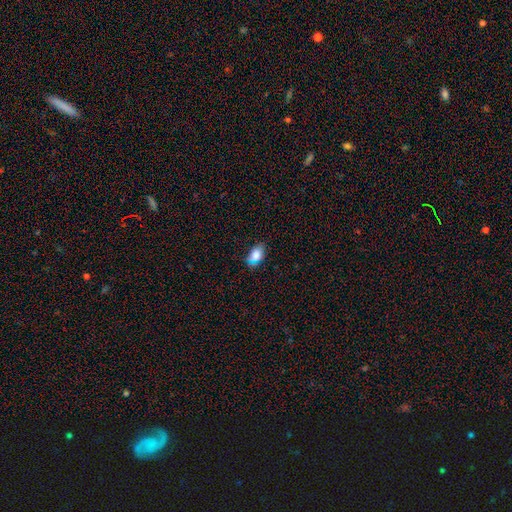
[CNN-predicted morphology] Smooth or featured? smooth (77%)
How rounded? in between (85%)
Merging? none (72%)